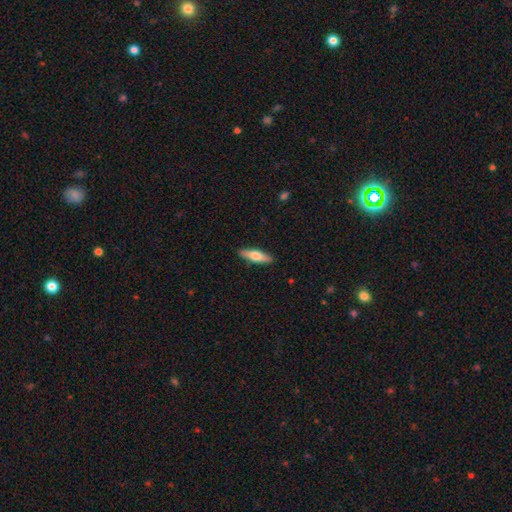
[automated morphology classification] Smooth or featured: smooth — 60% (featured or disk — 34%)
How rounded: cigar-shaped — 64% (in between — 34%)
Merging: none — 90% (minor disturbance — 8%)